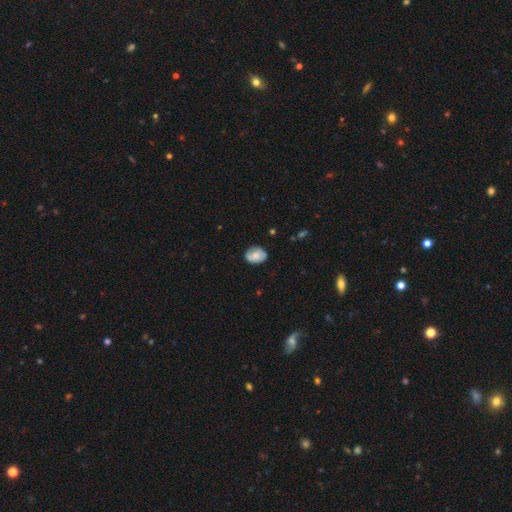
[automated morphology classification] smooth 62%, featured or disk 31%, star or artifact 8%. Down the decision tree: how rounded — in between (55%); merging — none (74%).